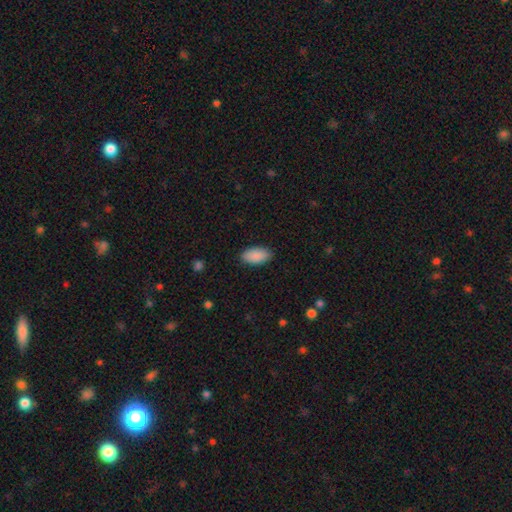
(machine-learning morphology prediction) type=smooth (90%); roundness=in between (94%); merging=none (87%).